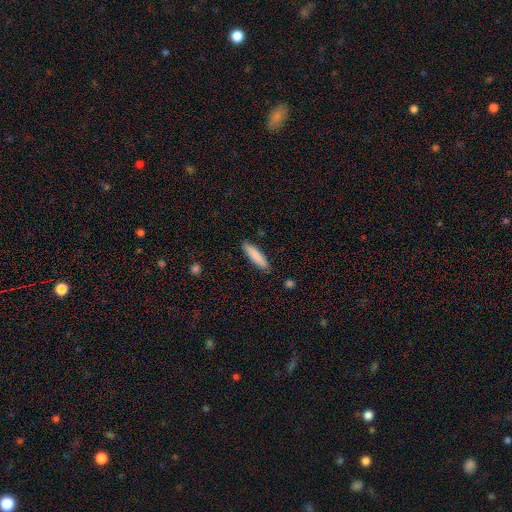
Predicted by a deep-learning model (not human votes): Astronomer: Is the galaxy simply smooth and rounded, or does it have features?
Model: smooth — 85%.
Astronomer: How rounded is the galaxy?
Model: cigar-shaped — 77%.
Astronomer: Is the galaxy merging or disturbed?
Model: none — 88%.